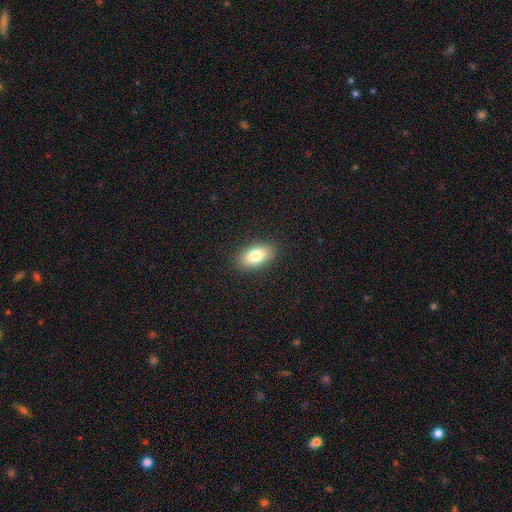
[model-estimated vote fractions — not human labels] smooth_or_featured: smooth (p=0.81) [alt: featured or disk p=0.11]
how_rounded: in between (p=0.92) [alt: round p=0.05]
merging: none (p=0.88) [alt: minor disturbance p=0.08]